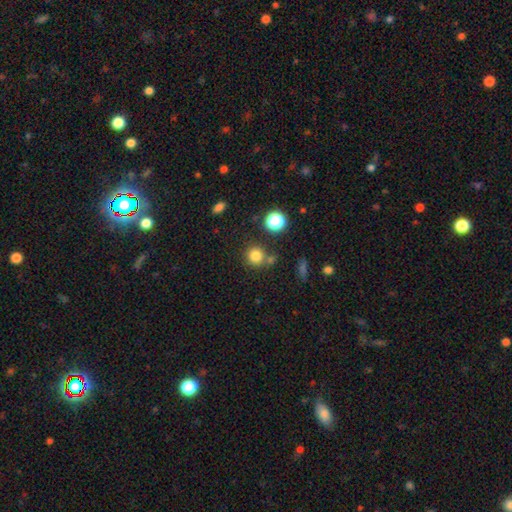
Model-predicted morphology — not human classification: Q: Smooth or featured?
A: smooth (79%); runner-up: star or artifact (15%)
Q: How rounded?
A: round (91%); runner-up: in between (8%)
Q: Merging?
A: none (73%); runner-up: merger (14%)